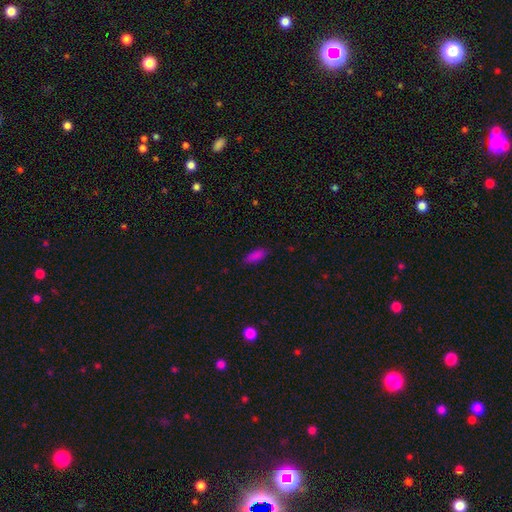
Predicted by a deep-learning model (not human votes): Q: Smooth or featured?
A: smooth (85%); runner-up: star or artifact (10%)
Q: How rounded?
A: in between (74%); runner-up: cigar-shaped (24%)
Q: Merging?
A: none (85%); runner-up: minor disturbance (12%)